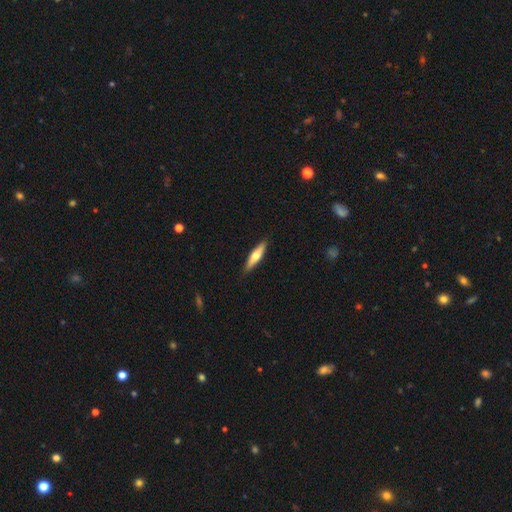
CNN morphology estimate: The model was most divided on "smooth or featured": smooth: 50%, featured or disk: 45%, star or artifact: 5%. More confident: merging — none (89%); how rounded — cigar-shaped (76%).